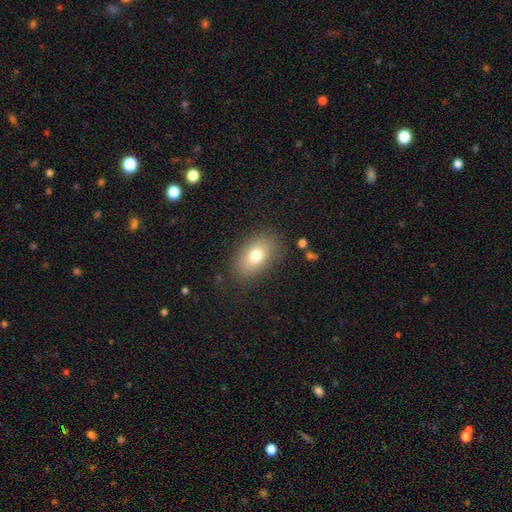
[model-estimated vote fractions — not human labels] This appears to be a smooth galaxy with no disk features (77%) that is in between round and cigar-shaped (88%). Merging: none (82%).